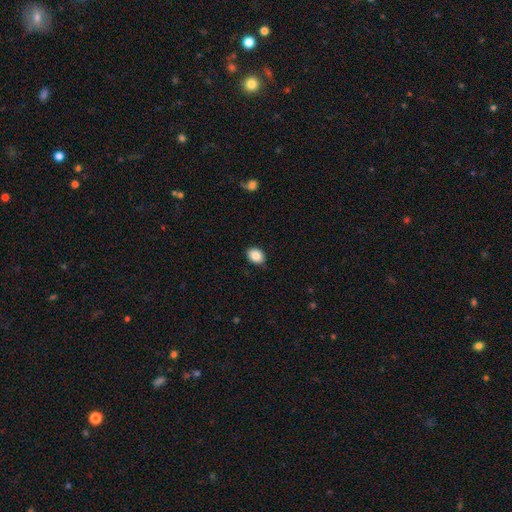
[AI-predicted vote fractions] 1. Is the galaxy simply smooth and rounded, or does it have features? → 87% smooth, 8% star or artifact, 5% featured or disk.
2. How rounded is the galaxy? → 68% in between, 31% round, 1% cigar-shaped.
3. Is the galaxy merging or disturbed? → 86% none, 11% minor disturbance, 2% major disturbance, 1% merger.